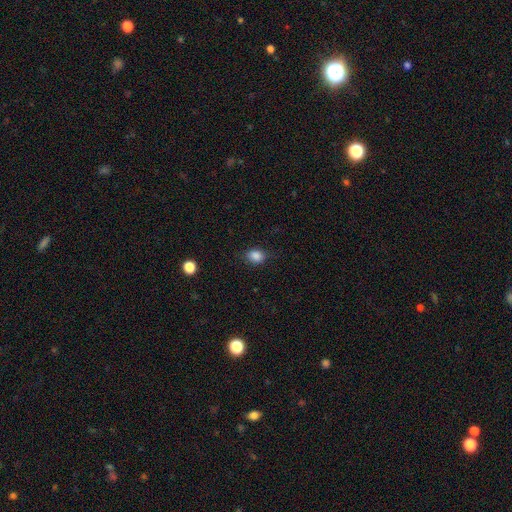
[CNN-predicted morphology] smooth_or_featured: smooth (p=0.86) [alt: star or artifact p=0.10]
how_rounded: in between (p=0.57) [alt: round p=0.42]
merging: none (p=0.82) [alt: minor disturbance p=0.14]